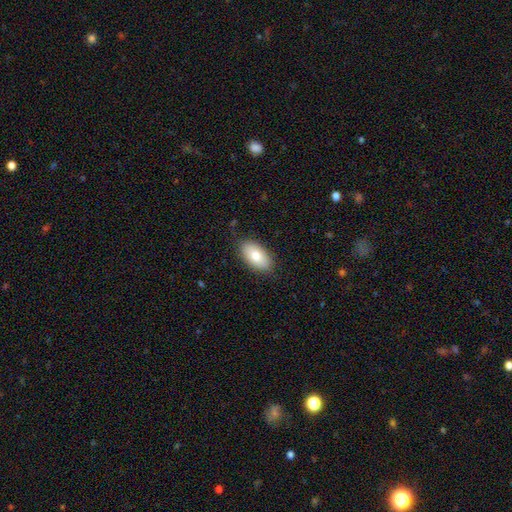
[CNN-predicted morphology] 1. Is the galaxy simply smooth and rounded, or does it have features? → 79% smooth, 14% featured or disk, 7% star or artifact.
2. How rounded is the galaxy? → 94% in between, 4% round, 2% cigar-shaped.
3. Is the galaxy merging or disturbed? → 85% none, 11% minor disturbance, 2% major disturbance, 1% merger.